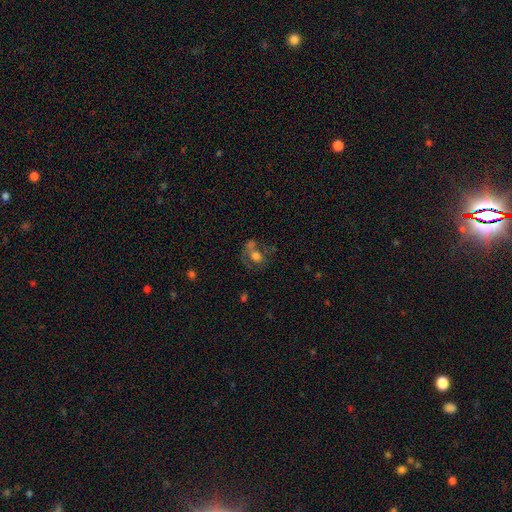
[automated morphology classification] smooth 47%, featured or disk 37%, star or artifact 16%. Down the decision tree: merging — none (40%).